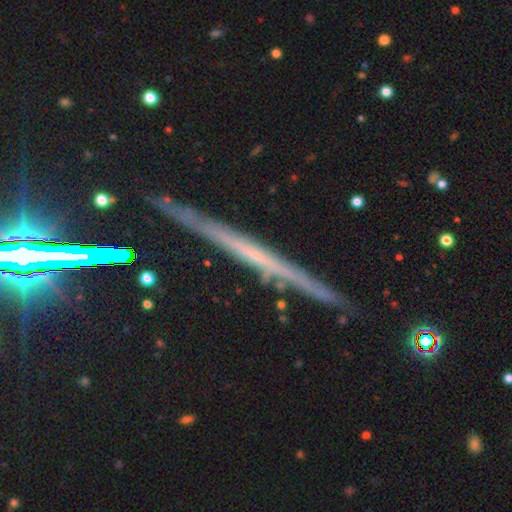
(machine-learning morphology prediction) This is likely a featured or disk galaxy (66%). It is clearly viewed edge-on (96%). Edge-on bulge: clearly none (81%). Merging: clearly none (87%).